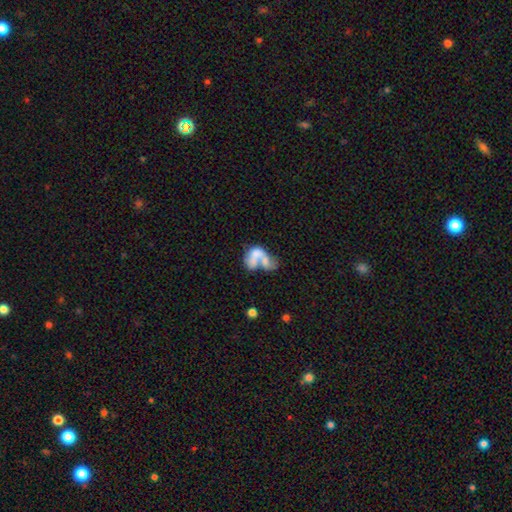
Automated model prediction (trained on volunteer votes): A smooth galaxy with no disk features (46%).

Vote fractions:
- Smooth or featured? smooth: 46% / featured or disk: 45% / star or artifact: 9%
- Merging? merger: 64% / major disturbance: 17% / none: 12% / minor disturbance: 7%